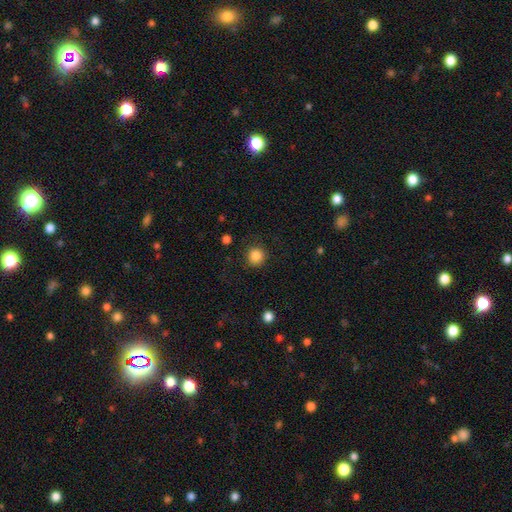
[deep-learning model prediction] A smooth galaxy with no disk features (86%) that is round (93%).

Vote fractions:
- Smooth or featured? smooth: 86% / star or artifact: 10% / featured or disk: 4%
- How rounded? round: 93% / in between: 7% / cigar-shaped: 1%
- Merging? none: 87% / minor disturbance: 8% / major disturbance: 3% / merger: 1%